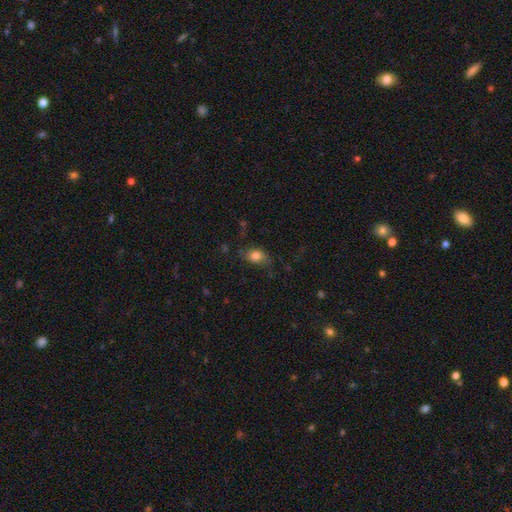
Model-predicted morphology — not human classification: This is likely a smooth galaxy (79%). How rounded: likely in between (78%). Merging: likely none (65%).